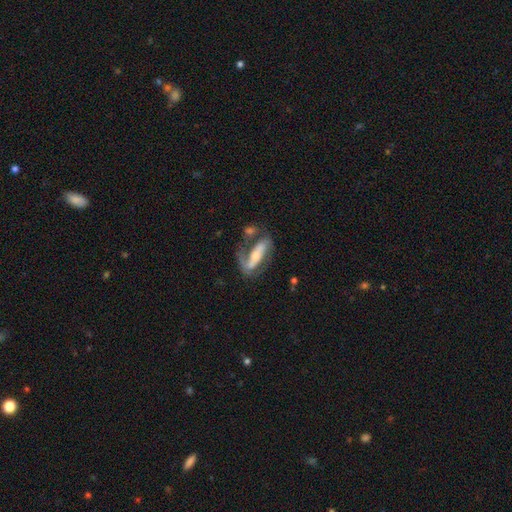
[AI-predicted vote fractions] smooth-or-featured: featured or disk: 79% | smooth: 15% | star or artifact: 6%
  disk-edge-on: no: 87% | yes: 13%
    bar: strong: 52% | no: 24% | weak: 24%
    has-spiral-arms: yes: 85% | no: 15%
      spiral-winding: medium: 40% | loose: 32% | tight: 27%
      spiral-arm-count: 2: 74% | 1: 14% | can't tell: 9% | 3: 1% | 4: 1% | more than 4: 1%
    bulge-size: moderate: 55% | small: 38% | large: 4% | none: 2% | dominant: 1%
  merging: none: 47% | major disturbance: 18% | minor disturbance: 18% | merger: 17%